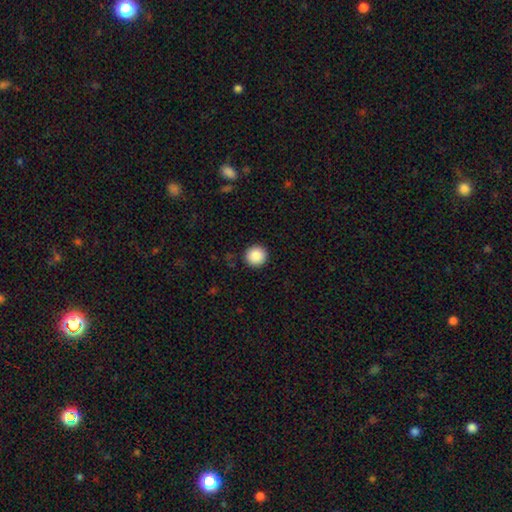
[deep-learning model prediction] smooth 88%, star or artifact 8%, featured or disk 4%. Down the decision tree: how rounded — round (94%); merging — none (92%).